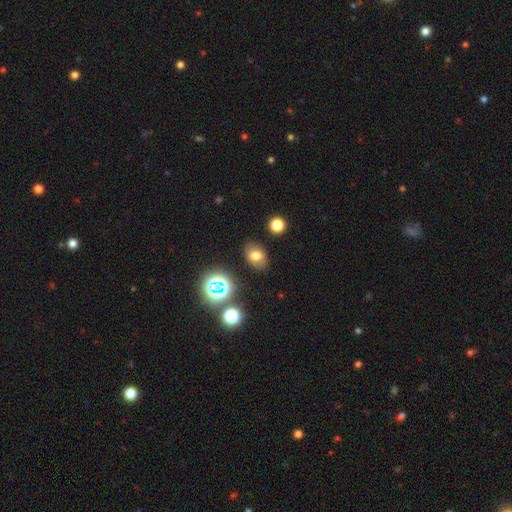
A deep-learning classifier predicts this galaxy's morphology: Smooth or featured: smooth — 72% (star or artifact — 16%)
How rounded: in between — 75% (round — 24%)
Merging: none — 84% (minor disturbance — 10%)